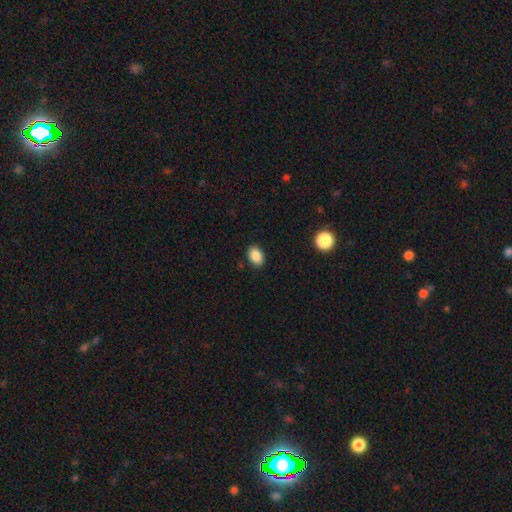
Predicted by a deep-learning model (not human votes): Morphology: type=smooth (88%); roundness=in between (83%); merging=none (88%).